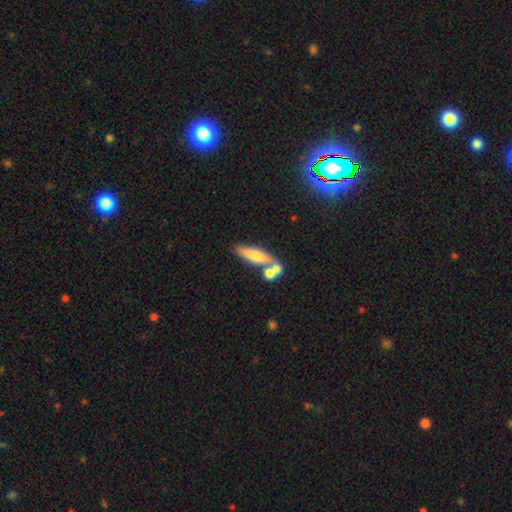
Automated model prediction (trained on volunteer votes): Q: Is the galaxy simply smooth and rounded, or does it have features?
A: smooth — 58%.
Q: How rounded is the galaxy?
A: cigar-shaped — 63%.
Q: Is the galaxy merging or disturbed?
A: none — 52%.